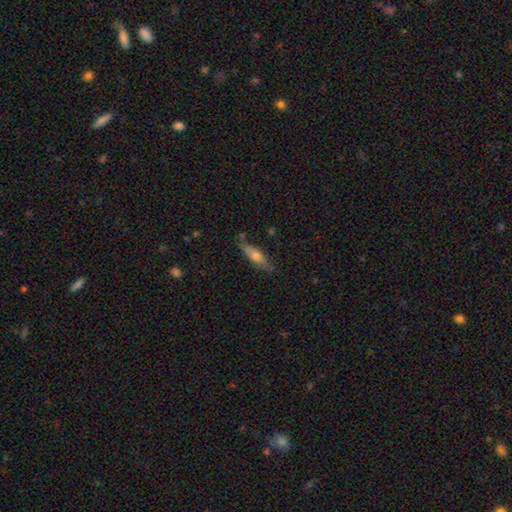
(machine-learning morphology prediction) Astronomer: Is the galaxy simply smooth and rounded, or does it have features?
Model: smooth — 57% (runner-up: featured or disk, 36%).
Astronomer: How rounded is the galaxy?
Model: cigar-shaped — 63%.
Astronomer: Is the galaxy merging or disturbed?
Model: none — 73%.